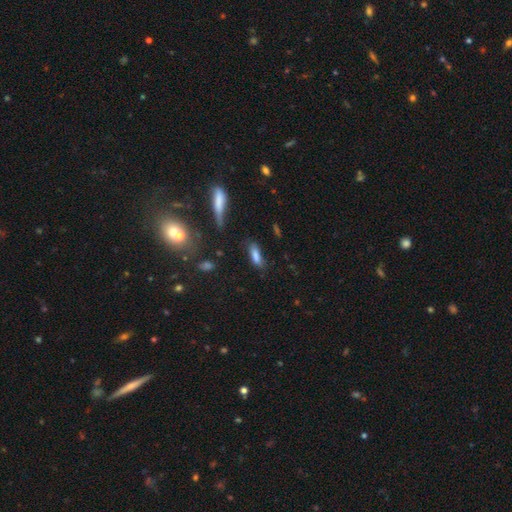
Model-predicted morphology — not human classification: smooth_or_featured: smooth (p=0.78) [alt: featured or disk p=0.11]
how_rounded: in between (p=0.54) [alt: cigar-shaped p=0.43]
merging: none (p=0.63) [alt: minor disturbance p=0.23]